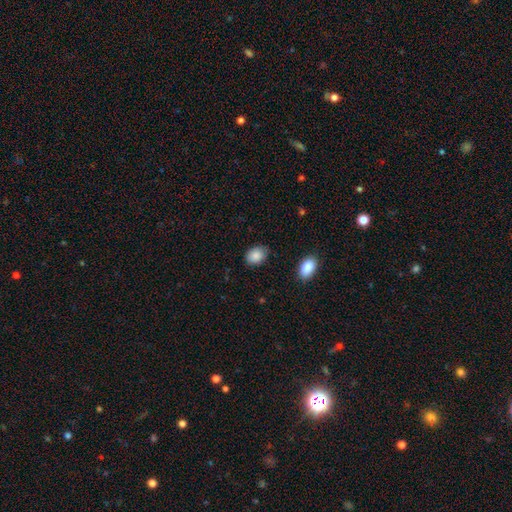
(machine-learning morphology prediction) The model was most divided on "how rounded": in between: 73%, round: 26%, cigar-shaped: 1%. More confident: smooth or featured — smooth (87%); merging — none (81%).